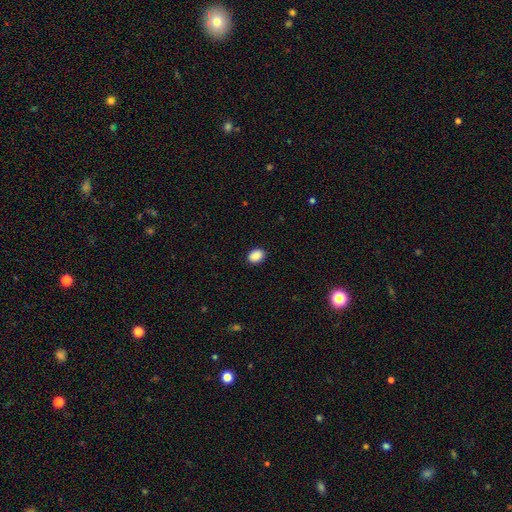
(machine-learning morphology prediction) This is clearly a smooth galaxy (90%). How rounded: likely in between (73%). Merging: clearly none (90%).